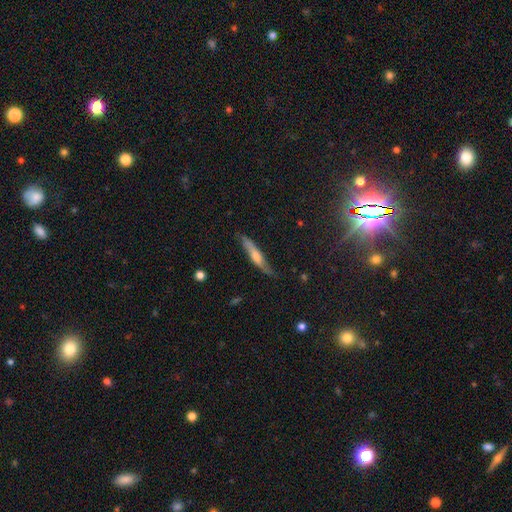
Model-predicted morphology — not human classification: A featured or disk galaxy (51%) viewed edge-on (85%). Merging: none (76%).